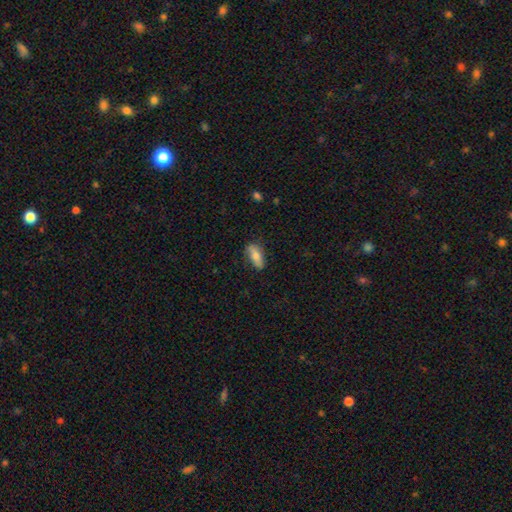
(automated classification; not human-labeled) Smooth or featured: smooth — 70% (featured or disk — 23%)
How rounded: in between — 76% (cigar-shaped — 21%)
Merging: none — 79% (minor disturbance — 17%)